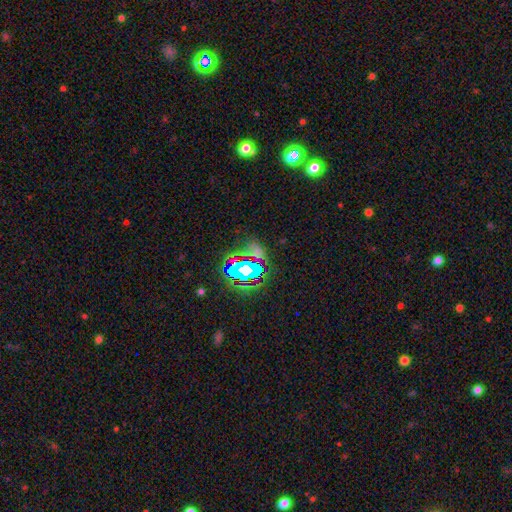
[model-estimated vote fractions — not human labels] Smooth or featured? star or artifact (66%)